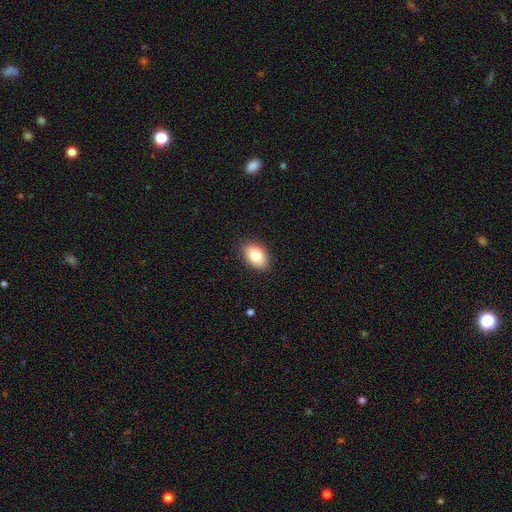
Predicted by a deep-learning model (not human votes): A smooth galaxy with no disk features (82%) that is in between round and cigar-shaped (87%).

Vote fractions:
- Smooth or featured? smooth: 82% / featured or disk: 10% / star or artifact: 8%
- How rounded? in between: 87% / round: 12% / cigar-shaped: 1%
- Merging? none: 88% / minor disturbance: 9% / major disturbance: 2% / merger: 1%